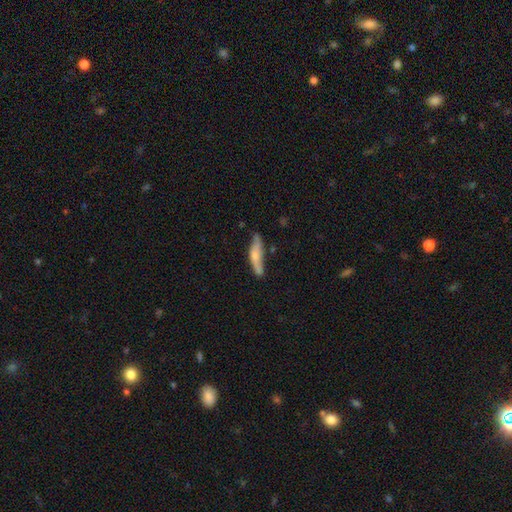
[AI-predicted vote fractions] This is possibly a smooth galaxy (56%). How rounded: likely cigar-shaped (73%). Merging: possibly none (53%).